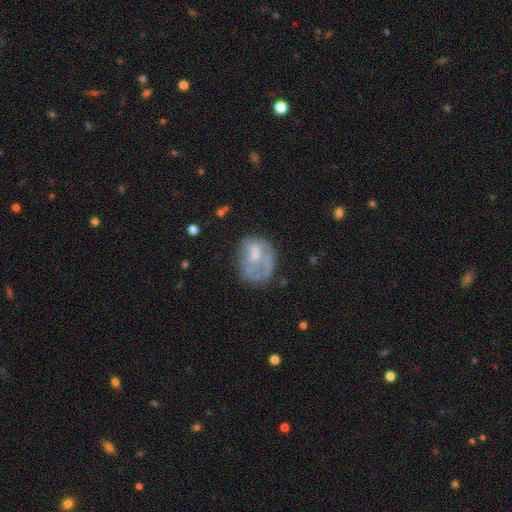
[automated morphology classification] Overall: featured or disk (51%; smooth 40%). Edge-on disk: no (97%). Merging: none (39%; major disturbance 30%).